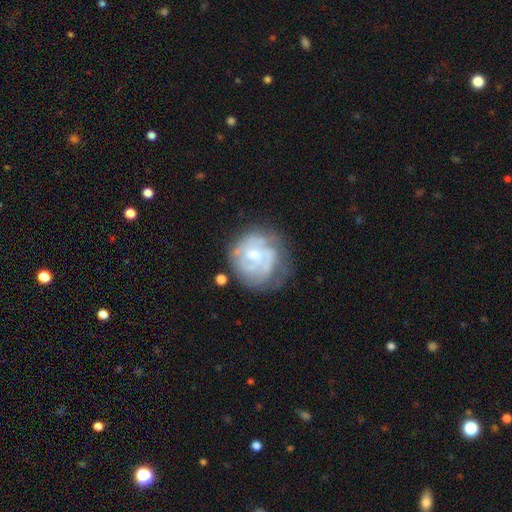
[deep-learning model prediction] A featured or disk galaxy (66%) with no bar (69%), spiral arms (58%) and a moderate central bulge (47%).

Vote fractions:
- Smooth or featured? featured or disk: 66% / smooth: 27% / star or artifact: 7%
- Edge-on disk? no: 98% / yes: 2%
- Bar? no: 69% / weak: 26% / strong: 5%
- Spiral arms? yes: 58% / no: 42%
- Bulge size? moderate: 47% / small: 30% / none: 15% / large: 7% / dominant: 1%
- Merging? none: 52% / minor disturbance: 25% / major disturbance: 19% / merger: 4%